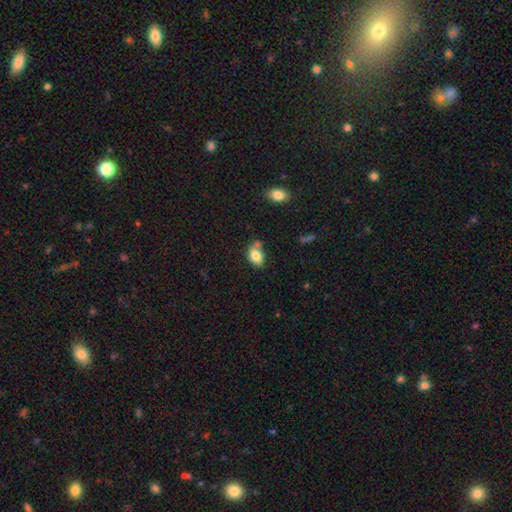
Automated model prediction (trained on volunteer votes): Smooth or featured?
  - smooth: 80% *
  - featured or disk: 11%
  - star or artifact: 9%
How rounded?
  - in between: 86% *
  - round: 12%
  - cigar-shaped: 2%
Merging?
  - none: 51% *
  - merger: 23%
  - minor disturbance: 20%
  - major disturbance: 6%